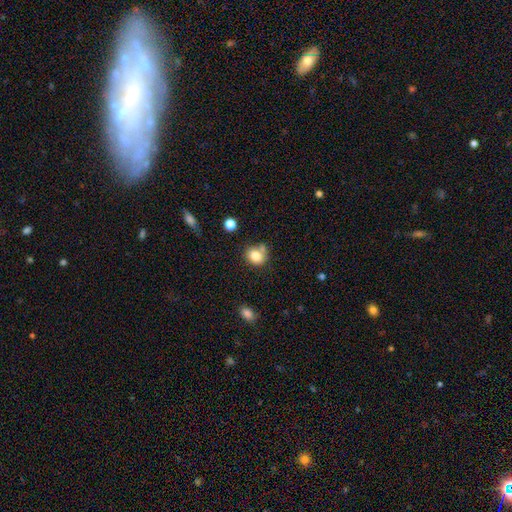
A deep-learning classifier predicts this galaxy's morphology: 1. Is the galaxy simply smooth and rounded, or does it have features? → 80% smooth, 10% star or artifact, 10% featured or disk.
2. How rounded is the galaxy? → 60% round, 39% in between, 1% cigar-shaped.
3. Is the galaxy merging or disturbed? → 50% none, 21% minor disturbance, 19% merger, 9% major disturbance.